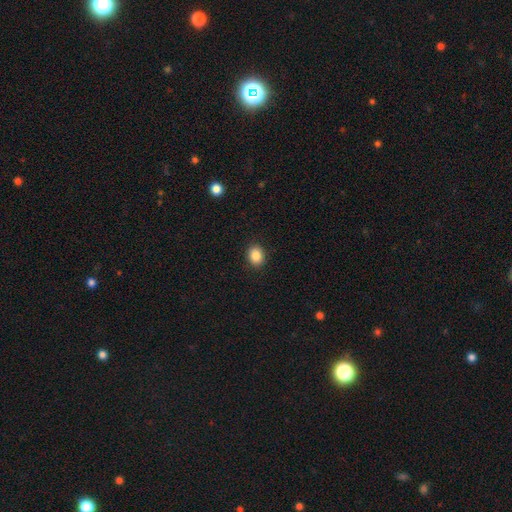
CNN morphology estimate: type=smooth (87%); roundness=round (51%); merging=none (90%).